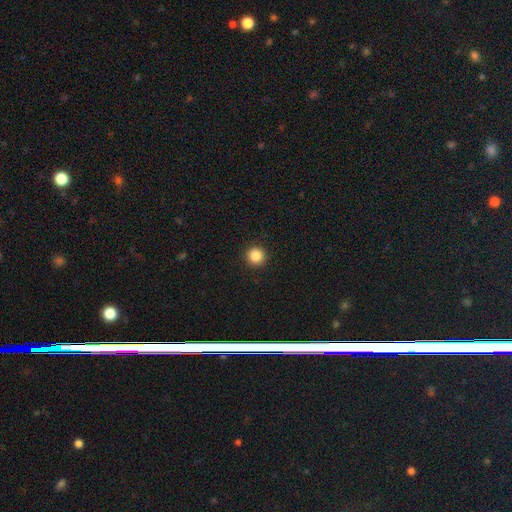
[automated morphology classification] The model was most divided on "smooth or featured": smooth: 86%, star or artifact: 10%, featured or disk: 4%. More confident: how rounded — round (96%); merging — none (94%).